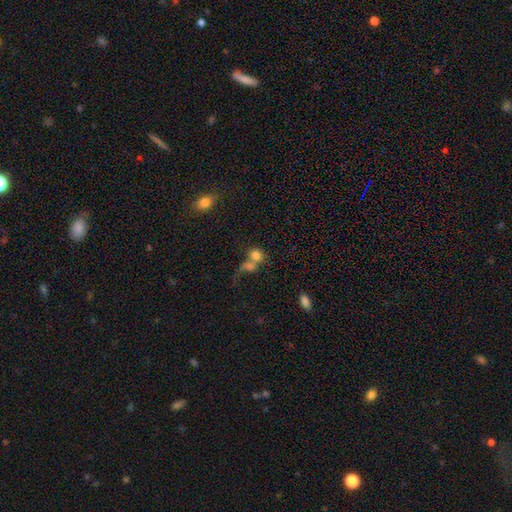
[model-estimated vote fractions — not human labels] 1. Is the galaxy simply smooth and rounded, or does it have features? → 74% smooth, 14% featured or disk, 12% star or artifact.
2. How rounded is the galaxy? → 67% round, 31% in between, 2% cigar-shaped.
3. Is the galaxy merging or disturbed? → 62% merger, 22% none, 9% major disturbance, 7% minor disturbance.